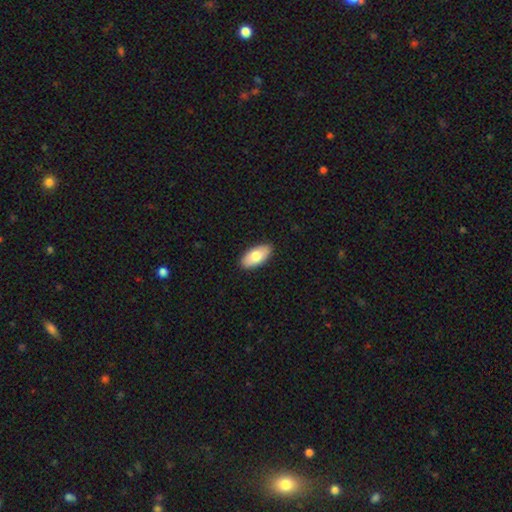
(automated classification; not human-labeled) Q: Smooth or featured?
A: smooth (78%); runner-up: featured or disk (16%)
Q: How rounded?
A: in between (94%); runner-up: cigar-shaped (4%)
Q: Merging?
A: none (90%); runner-up: minor disturbance (8%)